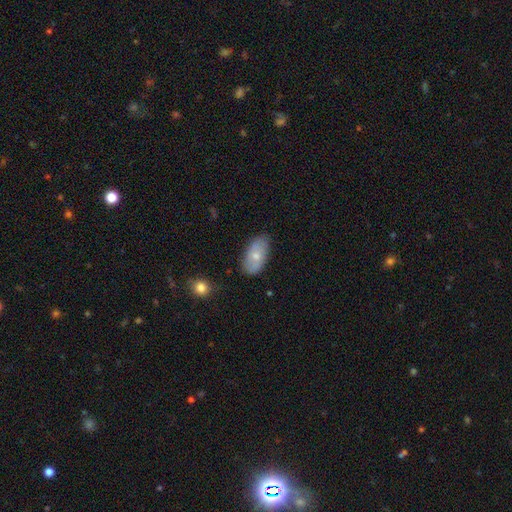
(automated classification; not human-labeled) This is likely a smooth galaxy (66%). How rounded: clearly in between (93%). Merging: likely none (76%).